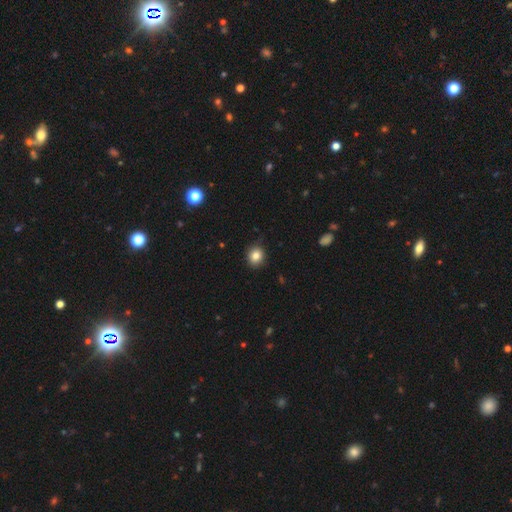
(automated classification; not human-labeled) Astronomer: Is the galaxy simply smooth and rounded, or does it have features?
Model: smooth — 83%.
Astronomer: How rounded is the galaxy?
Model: round — 80%.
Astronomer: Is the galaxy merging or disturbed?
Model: none — 85%.